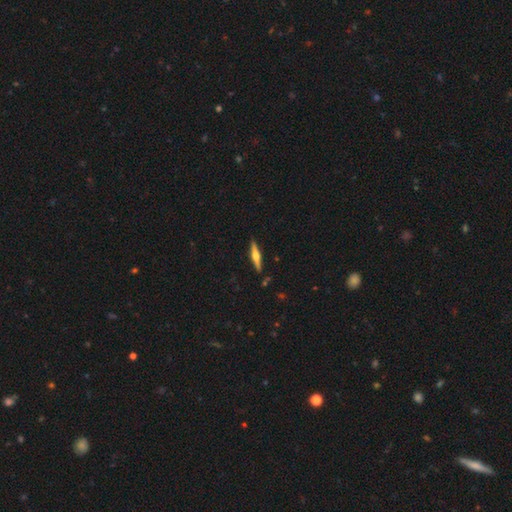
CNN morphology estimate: This is likely a featured or disk galaxy (67%). It is clearly viewed edge-on (98%). Edge-on bulge: clearly rounded (91%). Merging: clearly none (89%).